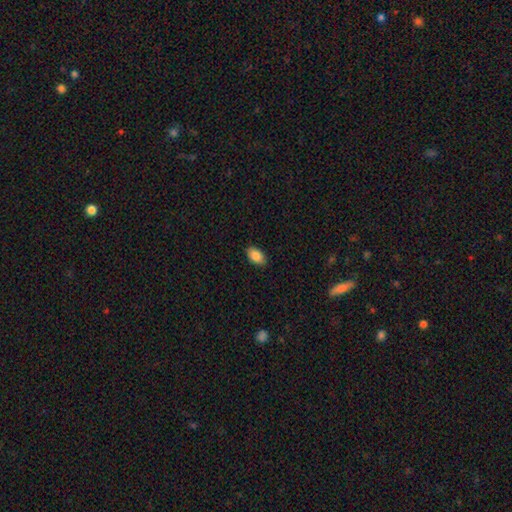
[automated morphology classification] Q: Smooth or featured?
A: smooth (88%); runner-up: star or artifact (7%)
Q: How rounded?
A: in between (93%); runner-up: round (5%)
Q: Merging?
A: none (88%); runner-up: minor disturbance (9%)